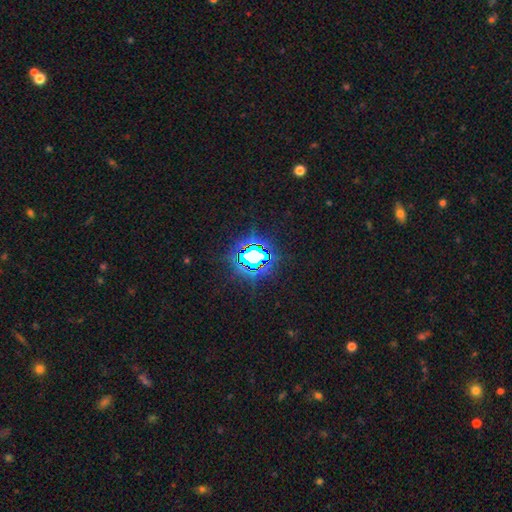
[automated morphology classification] A star or artifact, not a galaxy (77%).